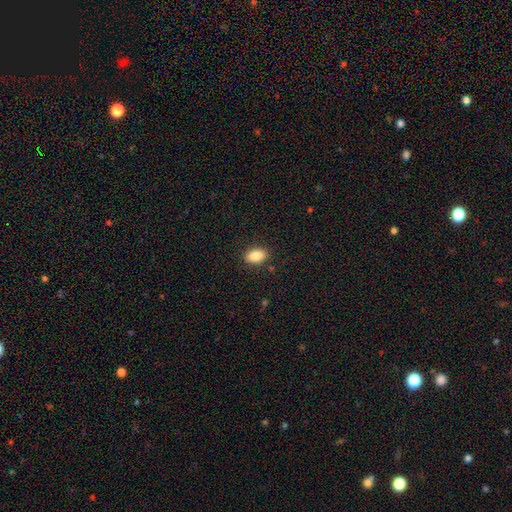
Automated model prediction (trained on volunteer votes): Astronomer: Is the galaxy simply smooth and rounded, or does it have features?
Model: smooth — 87%.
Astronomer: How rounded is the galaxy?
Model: in between — 90%.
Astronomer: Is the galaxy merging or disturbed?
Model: none — 88%.